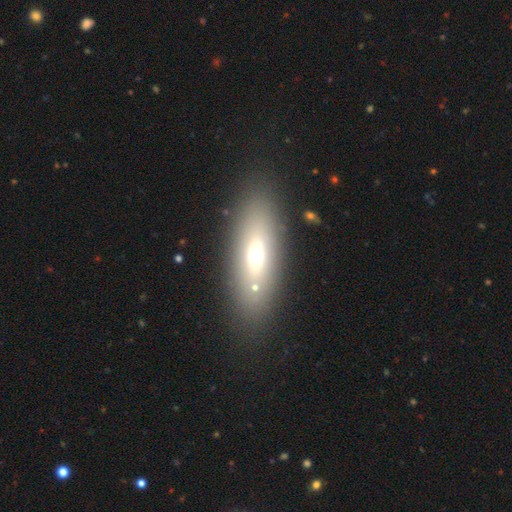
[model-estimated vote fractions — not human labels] Smooth or featured?
  - smooth: 54% *
  - featured or disk: 35%
  - star or artifact: 11%
How rounded?
  - in between: 61% *
  - cigar-shaped: 35%
  - round: 4%
Merging?
  - none: 79% *
  - minor disturbance: 10%
  - merger: 6%
  - major disturbance: 4%